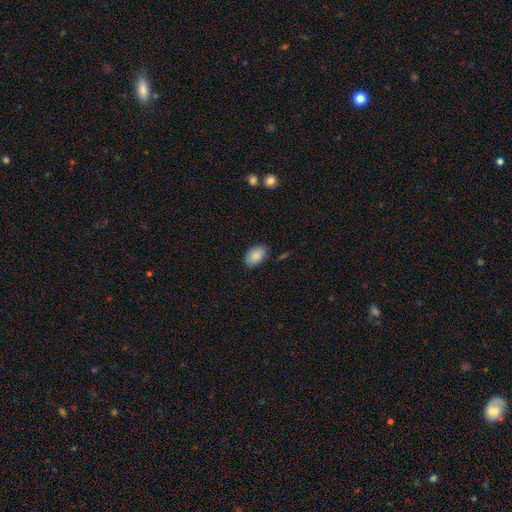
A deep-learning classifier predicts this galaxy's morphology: Smooth or featured: smooth — 87% (star or artifact — 7%)
How rounded: in between — 91% (round — 7%)
Merging: none — 84% (minor disturbance — 12%)